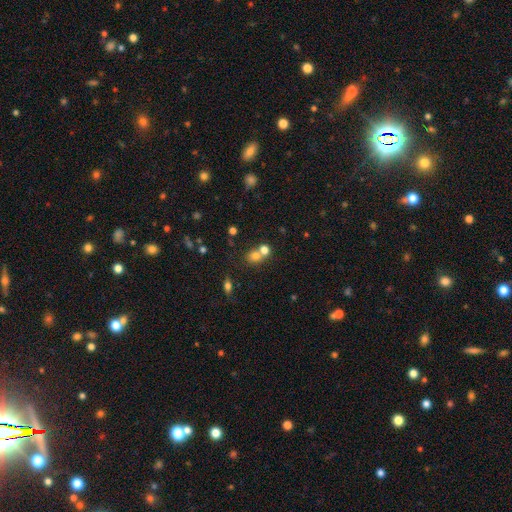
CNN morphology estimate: smooth_or_featured: smooth (p=0.71) [alt: star or artifact p=0.17]
how_rounded: round (p=0.74) [alt: in between p=0.24]
merging: merger (p=0.46) [alt: none p=0.44]